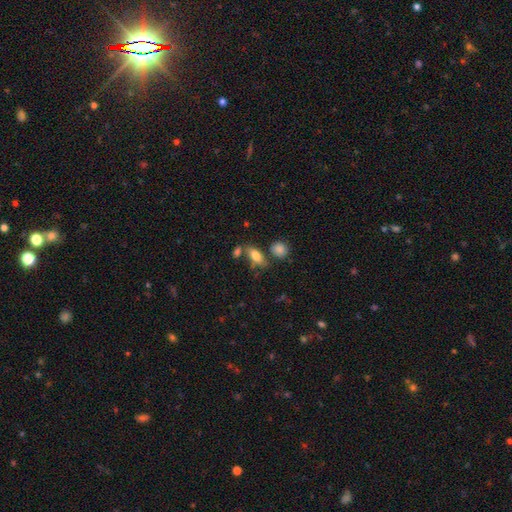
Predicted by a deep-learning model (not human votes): smooth-or-featured: smooth: 75% | featured or disk: 16% | star or artifact: 9%
  how-rounded: in between: 80% | cigar-shaped: 14% | round: 6%
  merging: none: 58% | merger: 19% | minor disturbance: 17% | major disturbance: 6%